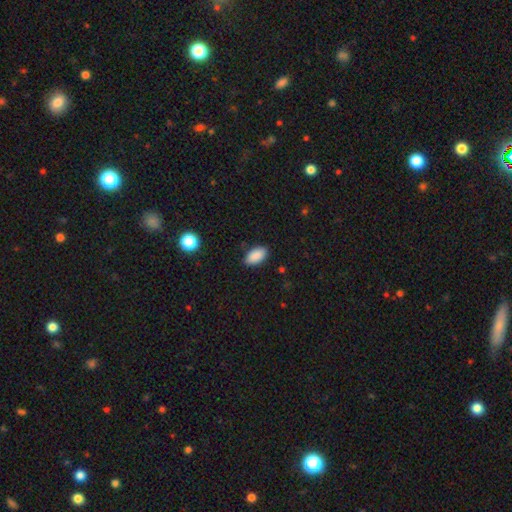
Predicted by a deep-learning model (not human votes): smooth-or-featured: smooth: 89% | star or artifact: 8% | featured or disk: 3%
  how-rounded: in between: 93% | round: 4% | cigar-shaped: 3%
  merging: none: 83% | minor disturbance: 13% | major disturbance: 3% | merger: 1%